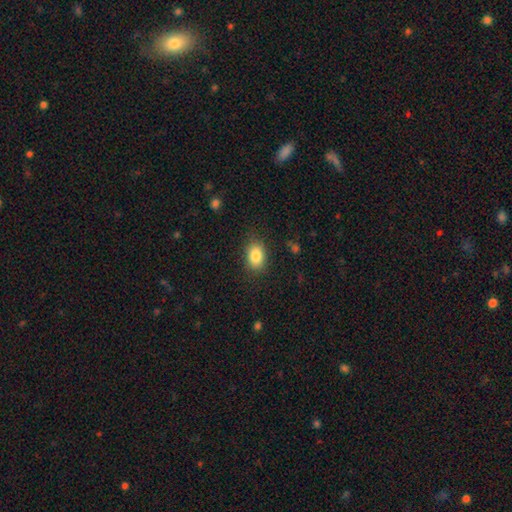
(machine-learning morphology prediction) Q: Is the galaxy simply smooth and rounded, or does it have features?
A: smooth — 85%.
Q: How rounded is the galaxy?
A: in between — 80%.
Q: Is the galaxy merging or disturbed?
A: none — 83%.